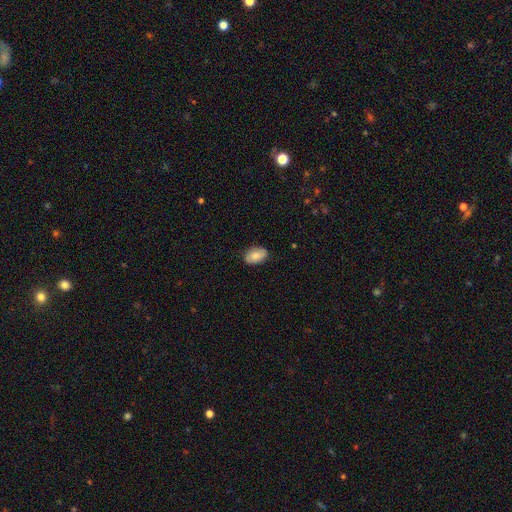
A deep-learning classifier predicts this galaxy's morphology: Smooth or featured: smooth — 79% (featured or disk — 14%)
How rounded: in between — 89% (round — 9%)
Merging: none — 83% (minor disturbance — 14%)